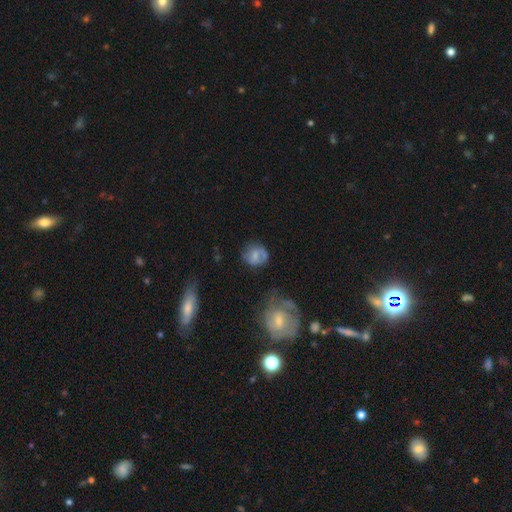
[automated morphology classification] Smooth or featured?
  - smooth: 57% *
  - featured or disk: 33%
  - star or artifact: 9%
How rounded?
  - round: 71% *
  - in between: 28%
  - cigar-shaped: 1%
Merging?
  - none: 59% *
  - minor disturbance: 24%
  - major disturbance: 12%
  - merger: 5%